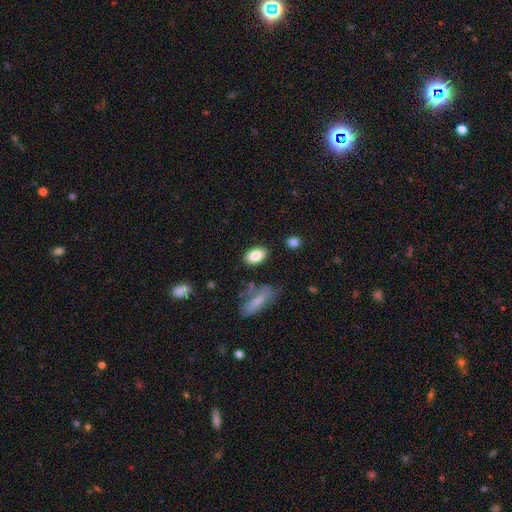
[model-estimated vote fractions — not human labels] Q: Smooth or featured?
A: smooth (84%); runner-up: featured or disk (9%)
Q: How rounded?
A: in between (90%); runner-up: round (7%)
Q: Merging?
A: none (82%); runner-up: minor disturbance (12%)